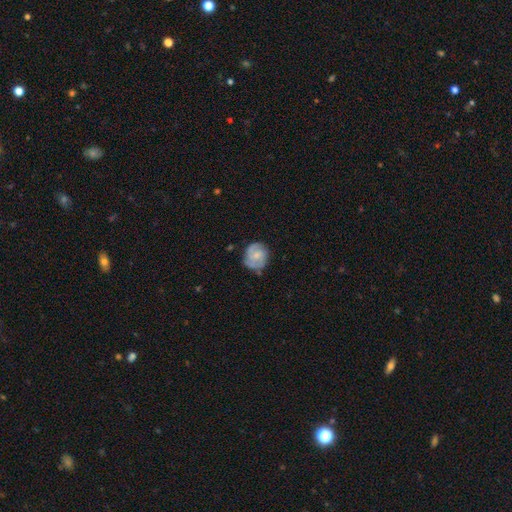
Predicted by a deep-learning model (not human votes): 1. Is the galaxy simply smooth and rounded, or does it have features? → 66% featured or disk, 28% smooth, 6% star or artifact.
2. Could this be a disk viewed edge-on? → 98% no, 2% yes.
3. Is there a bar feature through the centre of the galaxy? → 66% no, 30% weak, 4% strong.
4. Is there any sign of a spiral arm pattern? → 92% yes, 8% no.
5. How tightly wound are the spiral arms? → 53% tight, 37% medium, 10% loose.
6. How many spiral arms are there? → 46% 2, 24% 3, 19% can't tell, 4% 1, 4% 4, 3% more than 4.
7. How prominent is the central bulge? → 54% small, 32% moderate, 11% none, 2% large, 1% dominant.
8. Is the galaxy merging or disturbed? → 70% none, 21% minor disturbance, 6% major disturbance, 2% merger.